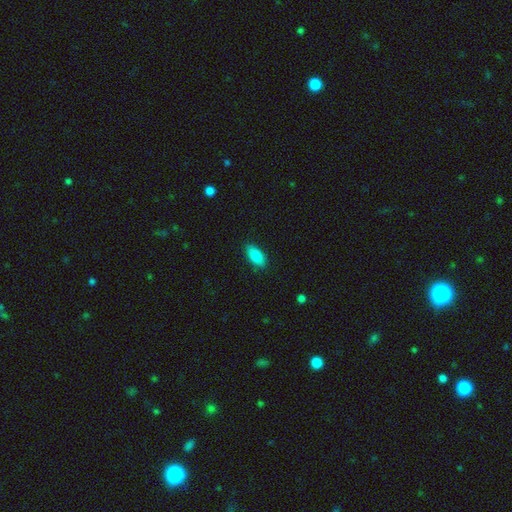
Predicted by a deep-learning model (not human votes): smooth_or_featured: smooth (p=0.87) [alt: star or artifact p=0.07]
how_rounded: in between (p=0.90) [alt: cigar-shaped p=0.07]
merging: none (p=0.86) [alt: minor disturbance p=0.11]